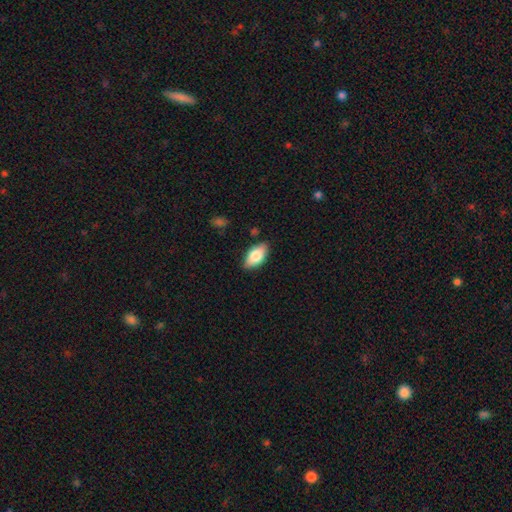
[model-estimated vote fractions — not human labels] A smooth galaxy with no disk features (78%) that is in between round and cigar-shaped (92%). Merging: none (84%).